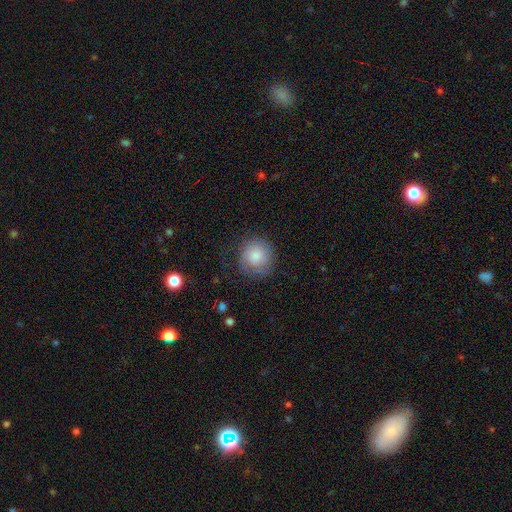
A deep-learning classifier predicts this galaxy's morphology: The model was most divided on "merging": none: 71%, minor disturbance: 19%, major disturbance: 9%, merger: 1%. More confident: how rounded — round (91%); smooth or featured — smooth (79%).